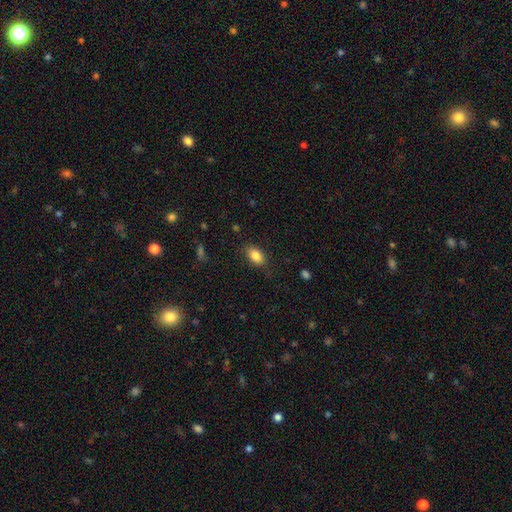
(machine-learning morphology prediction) smooth_or_featured: smooth (p=0.85) [alt: star or artifact p=0.08]
how_rounded: in between (p=0.89) [alt: round p=0.09]
merging: none (p=0.83) [alt: minor disturbance p=0.12]